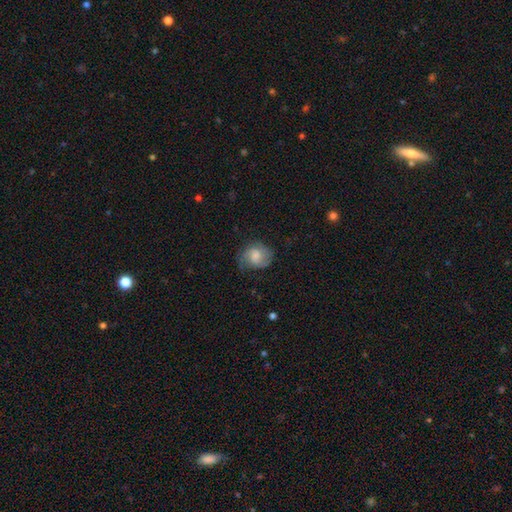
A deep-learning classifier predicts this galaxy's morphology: smooth-or-featured: smooth: 51% | featured or disk: 41% | star or artifact: 8%
  how-rounded: round: 61% | in between: 38% | cigar-shaped: 1%
  merging: none: 60% | minor disturbance: 26% | major disturbance: 12% | merger: 1%